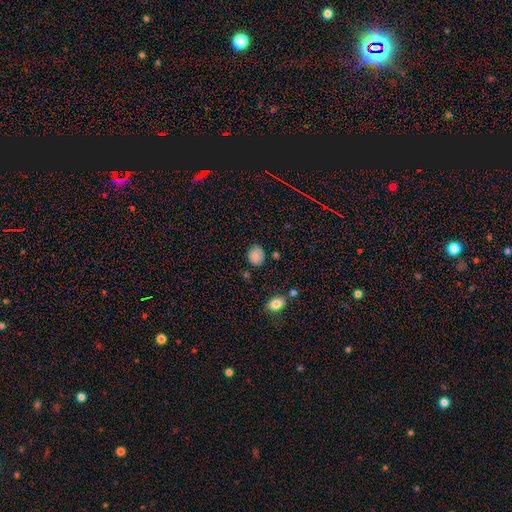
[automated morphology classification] type=smooth (81%); roundness=round (65%); merging=none (70%).